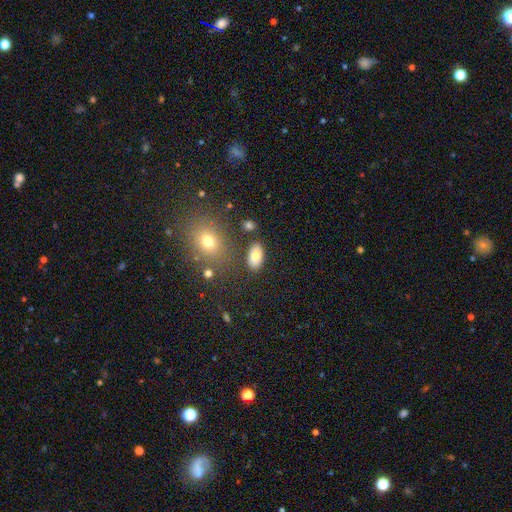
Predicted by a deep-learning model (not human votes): The model was most divided on "smooth or featured": smooth: 79%, featured or disk: 12%, star or artifact: 10%. More confident: how rounded — in between (92%); merging — none (81%).